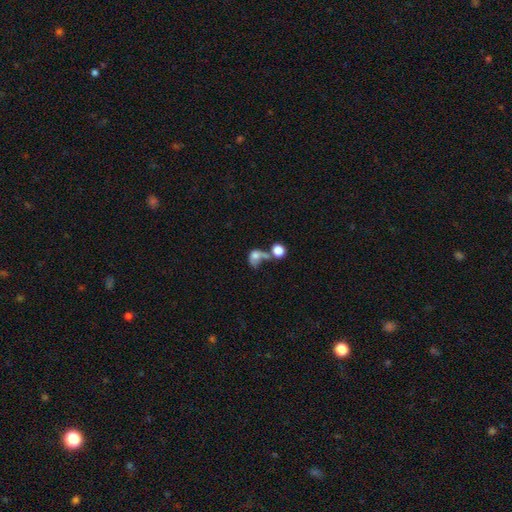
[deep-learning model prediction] Smooth or featured?
  - smooth: 62% *
  - featured or disk: 26%
  - star or artifact: 12%
How rounded?
  - round: 49% *
  - in between: 48%
  - cigar-shaped: 2%
Merging?
  - merger: 46% *
  - major disturbance: 25%
  - none: 18%
  - minor disturbance: 12%